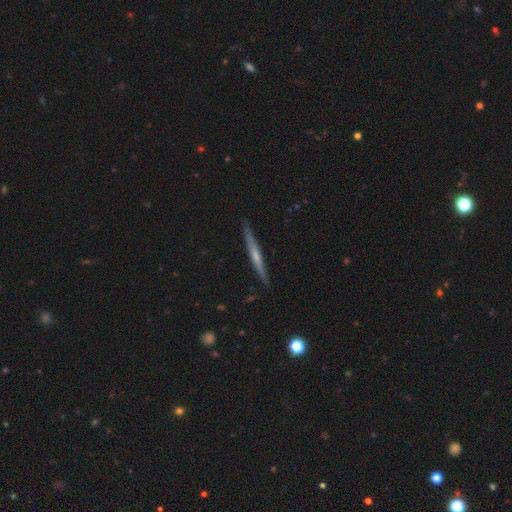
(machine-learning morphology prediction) smooth-or-featured: featured or disk: 62% | smooth: 32% | star or artifact: 6%
  disk-edge-on: yes: 97% | no: 3%
    edge-on-bulge: none: 46% (tied) | rounded: 46% (tied) | boxy: 8%
  merging: none: 89% | minor disturbance: 8% | major disturbance: 1% | merger: 1%